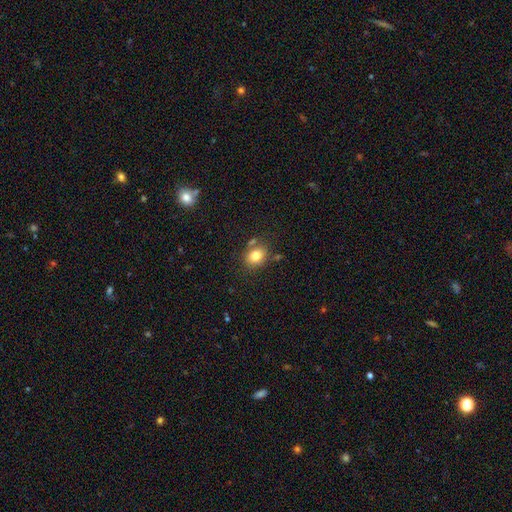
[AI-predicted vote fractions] The model was most divided on "how rounded": in between: 52%, round: 47%, cigar-shaped: 1%. More confident: smooth or featured — smooth (80%); merging — none (71%).